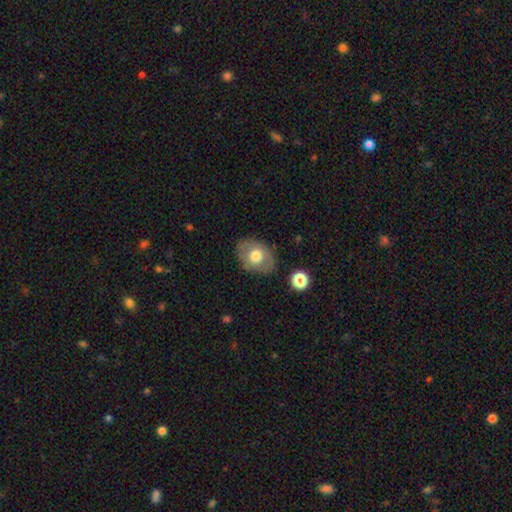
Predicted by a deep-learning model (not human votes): The model was most divided on "how rounded": in between: 64%, round: 35%, cigar-shaped: 1%. More confident: merging — none (78%); smooth or featured — smooth (64%).